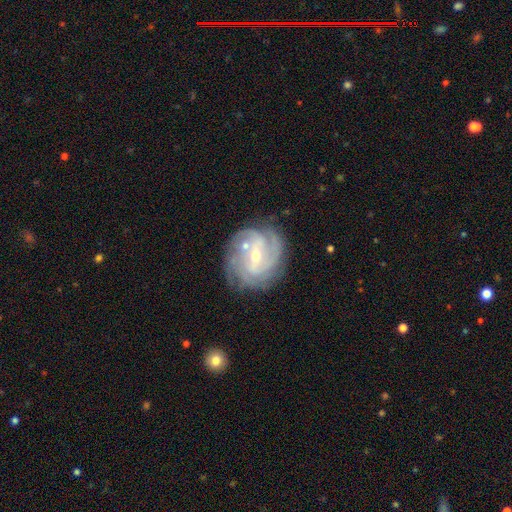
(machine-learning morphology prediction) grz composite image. It shows a featured or disk galaxy (86%) with a weak bar (49%), 3 (26%, tied with can't tell) tight (62%) spiral arms (95%) and a small central bulge (57%). Merging: none (72%).